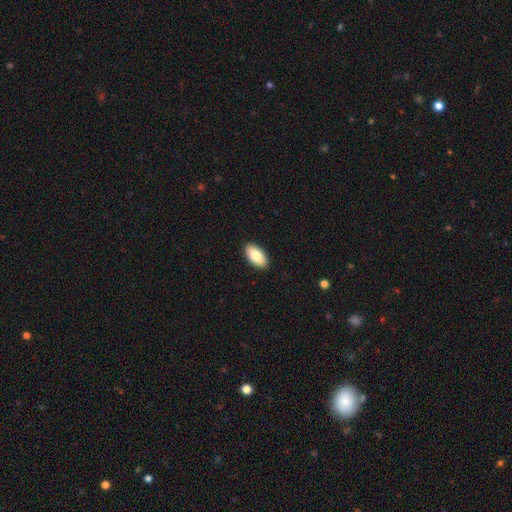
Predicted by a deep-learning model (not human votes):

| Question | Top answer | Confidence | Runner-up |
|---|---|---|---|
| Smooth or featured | smooth | 80% | featured or disk (14%) |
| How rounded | in between | 95% | round (3%) |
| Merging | none | 91% | minor disturbance (7%) |